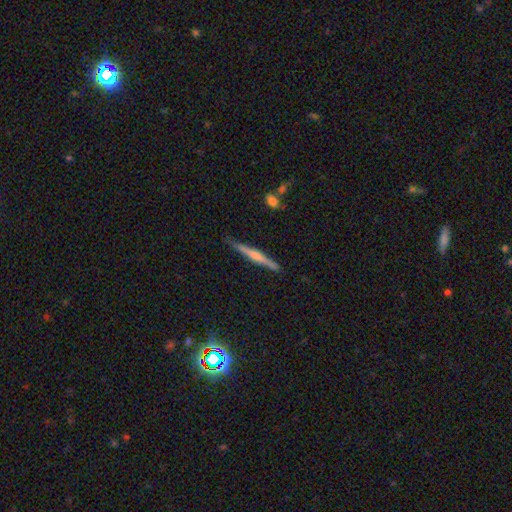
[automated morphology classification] This appears to be a featured or disk galaxy (62%) viewed edge-on (98%) with a rounded central bulge (61%). Merging: none (86%).